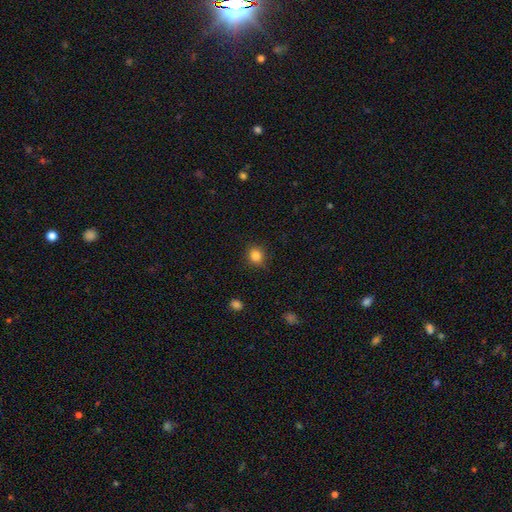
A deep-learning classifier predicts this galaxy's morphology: This is clearly a smooth galaxy (85%). How rounded: clearly round (88%). Merging: clearly none (88%).